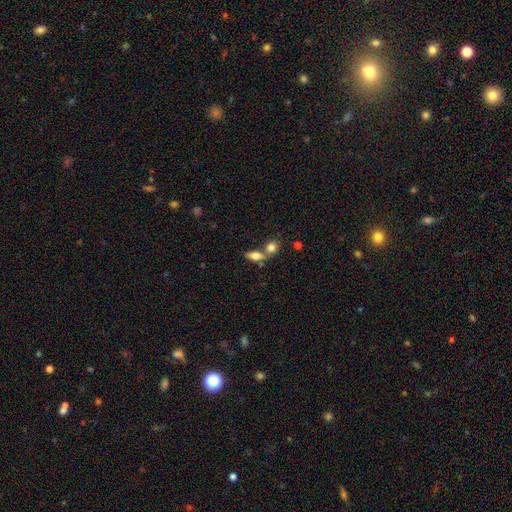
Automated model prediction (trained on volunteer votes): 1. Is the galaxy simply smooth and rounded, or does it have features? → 74% smooth, 17% featured or disk, 9% star or artifact.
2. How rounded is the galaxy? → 77% in between, 14% cigar-shaped, 9% round.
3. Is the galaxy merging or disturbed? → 44% merger, 41% none, 11% minor disturbance, 5% major disturbance.